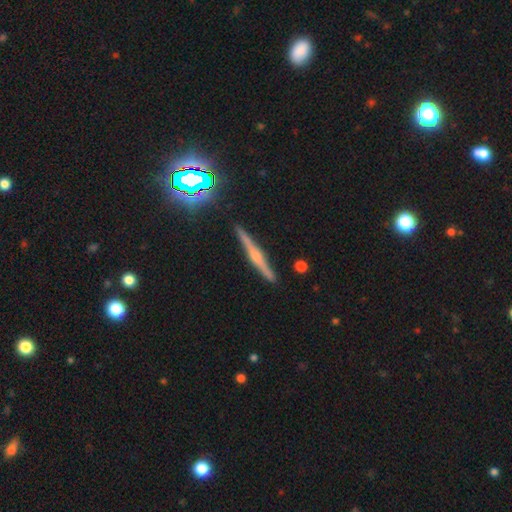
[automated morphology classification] A featured or disk galaxy (71%) viewed edge-on (98%) with a rounded central bulge (78%).

Vote fractions:
- Smooth or featured? featured or disk: 71% / smooth: 18% / star or artifact: 11%
- Edge-on disk? yes: 98% / no: 2%
- Edge-on bulge? rounded: 78% / none: 11% / boxy: 11%
- Merging? none: 90% / minor disturbance: 7% / major disturbance: 1% / merger: 1%